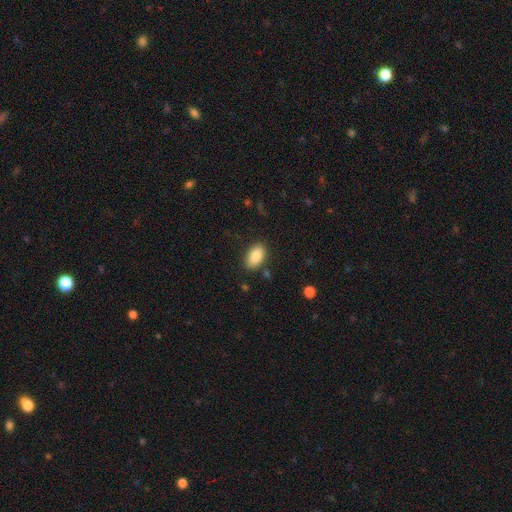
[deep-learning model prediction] Smooth or featured? Predicted: smooth (p=0.87). How rounded? Predicted: in between (p=0.92). Merging? Predicted: none (p=0.83).